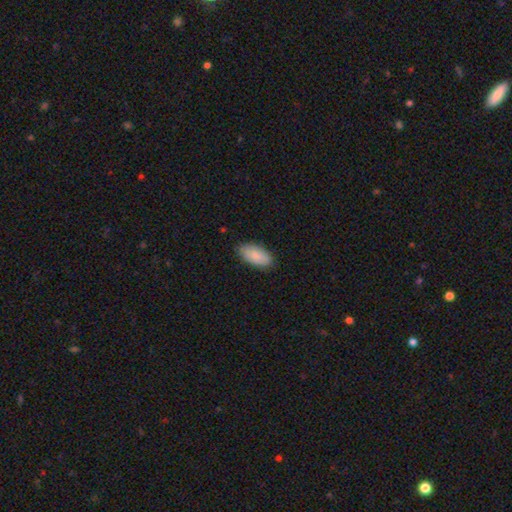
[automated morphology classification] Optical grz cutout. It shows a smooth galaxy with no disk features (87%) that is in between round and cigar-shaped (93%). Merging: none (85%).